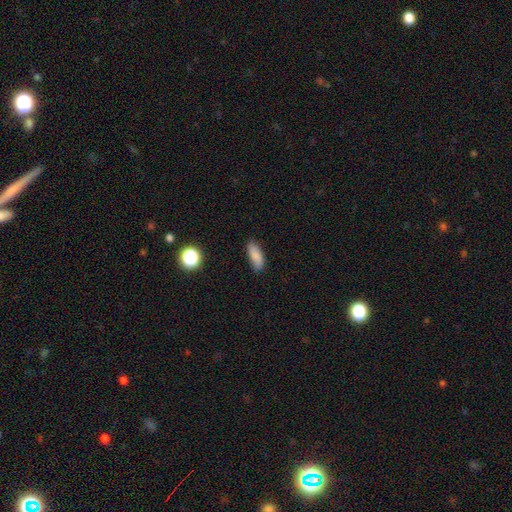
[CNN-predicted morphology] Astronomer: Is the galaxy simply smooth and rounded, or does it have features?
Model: smooth — 83%.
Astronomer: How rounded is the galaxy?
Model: in between — 71%.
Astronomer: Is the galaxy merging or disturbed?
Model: none — 80%.